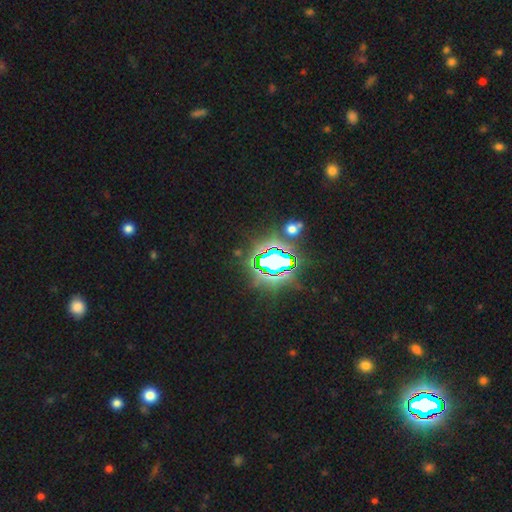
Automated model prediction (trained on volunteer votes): The model was most divided on "smooth or featured": star or artifact: 84%, smooth: 10%, featured or disk: 6%.